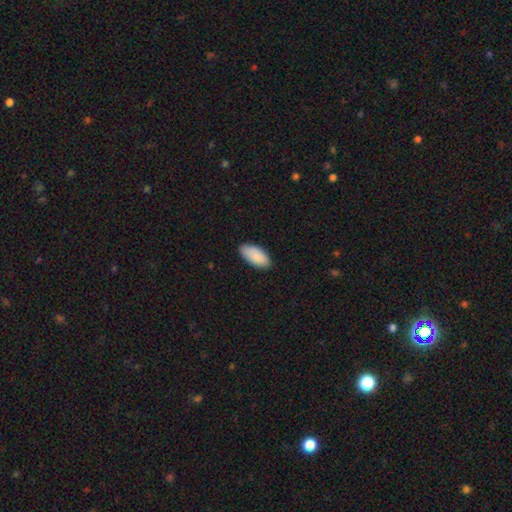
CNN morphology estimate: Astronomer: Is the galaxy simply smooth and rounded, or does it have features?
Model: smooth — 88%.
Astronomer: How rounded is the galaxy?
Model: in between — 93%.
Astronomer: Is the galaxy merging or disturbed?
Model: none — 83%.